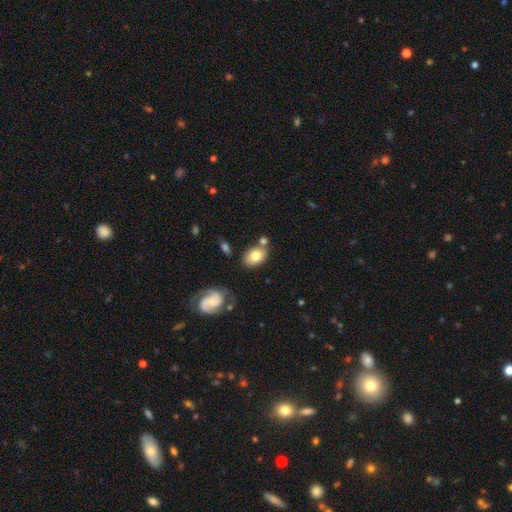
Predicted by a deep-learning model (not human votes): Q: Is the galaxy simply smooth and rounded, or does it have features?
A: smooth — 74%.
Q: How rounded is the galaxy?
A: in between — 81%.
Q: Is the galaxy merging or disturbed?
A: none — 66%.